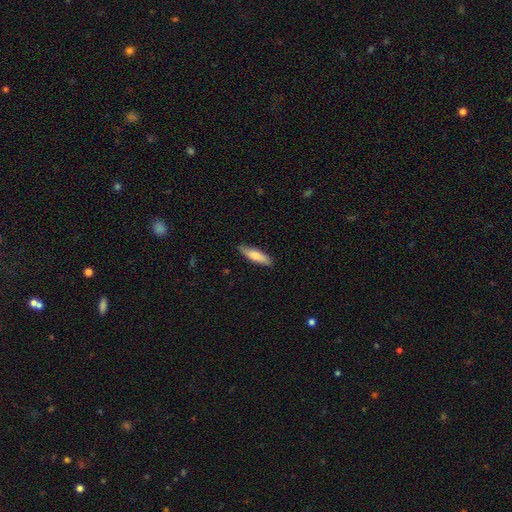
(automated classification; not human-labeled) smooth 78%, featured or disk 16%, star or artifact 5%. Down the decision tree: how rounded — cigar-shaped (66%); merging — none (86%).